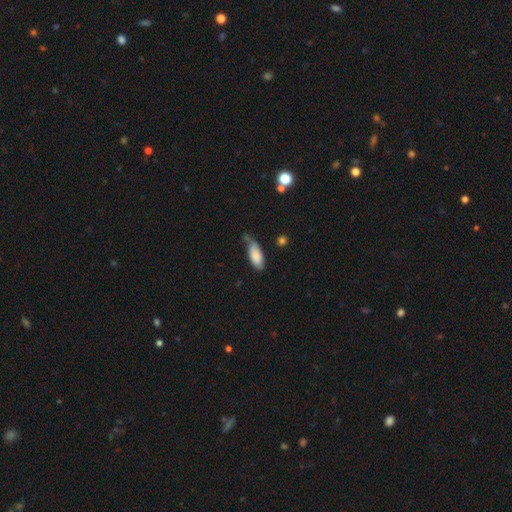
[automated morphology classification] smooth-or-featured: smooth: 85% | featured or disk: 9% | star or artifact: 6%
  how-rounded: in between: 83% | cigar-shaped: 15% | round: 2%
  merging: none: 44% | minor disturbance: 39% | major disturbance: 9% | merger: 7%